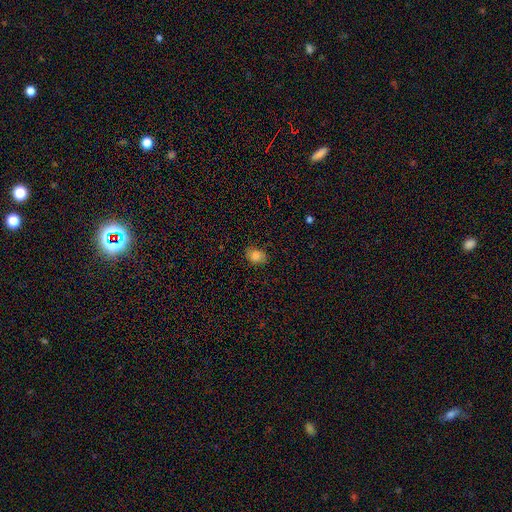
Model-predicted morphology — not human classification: Smooth or featured? Predicted: smooth (p=0.81). How rounded? Predicted: in between (p=0.68). Merging? Predicted: none (p=0.77).